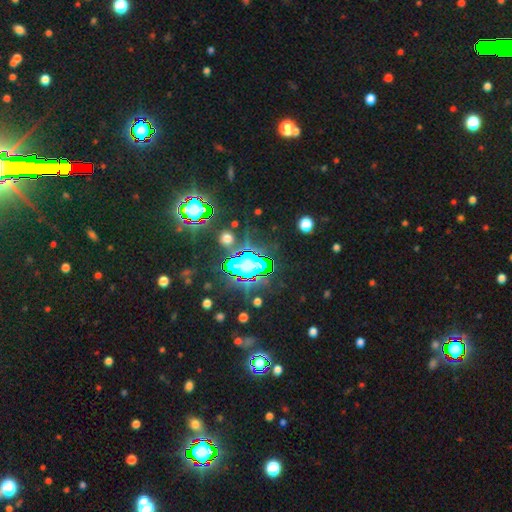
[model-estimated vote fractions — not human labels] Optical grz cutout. It shows a star or artifact, not a galaxy (83%).